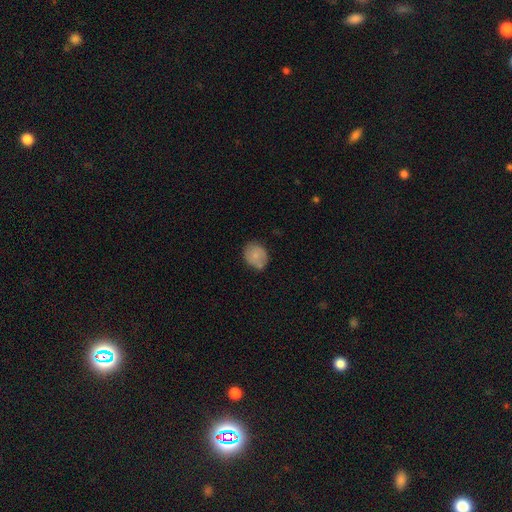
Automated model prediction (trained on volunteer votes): smooth 70%, featured or disk 23%, star or artifact 7%. Down the decision tree: how rounded — round (55%); merging — none (66%).